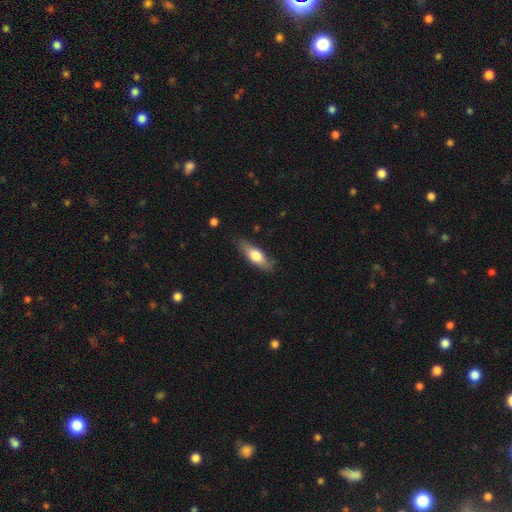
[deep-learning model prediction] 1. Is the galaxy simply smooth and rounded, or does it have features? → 61% smooth, 33% featured or disk, 6% star or artifact.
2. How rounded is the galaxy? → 55% in between, 43% cigar-shaped, 3% round.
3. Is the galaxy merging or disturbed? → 80% none, 15% minor disturbance, 3% major disturbance, 1% merger.